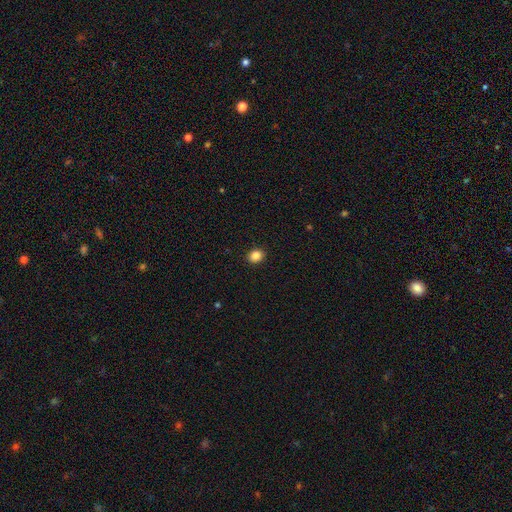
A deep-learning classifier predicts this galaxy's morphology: The model was most divided on "how rounded": round: 54%, in between: 45%, cigar-shaped: 1%. More confident: merging — none (91%); smooth or featured — smooth (86%).